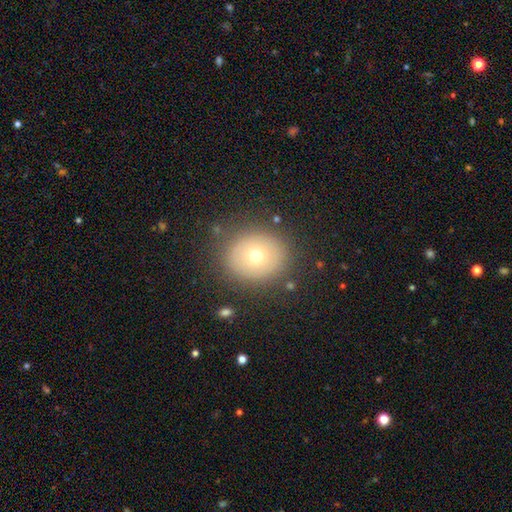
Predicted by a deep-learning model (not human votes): This is likely a smooth galaxy (63%). How rounded: likely round (75%). Merging: clearly none (84%).